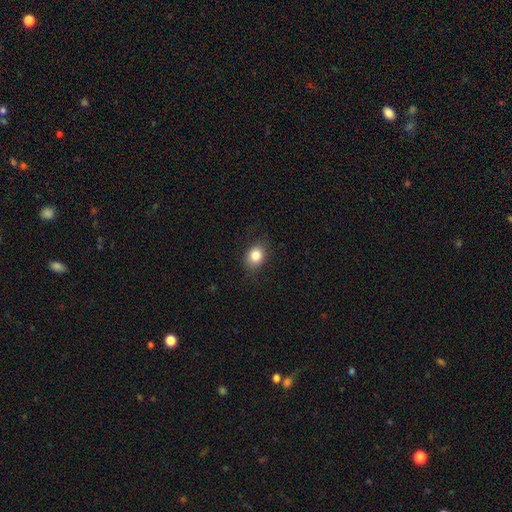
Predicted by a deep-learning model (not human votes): Smooth or featured? smooth (84%)
How rounded? in between (57%)
Merging? none (81%)